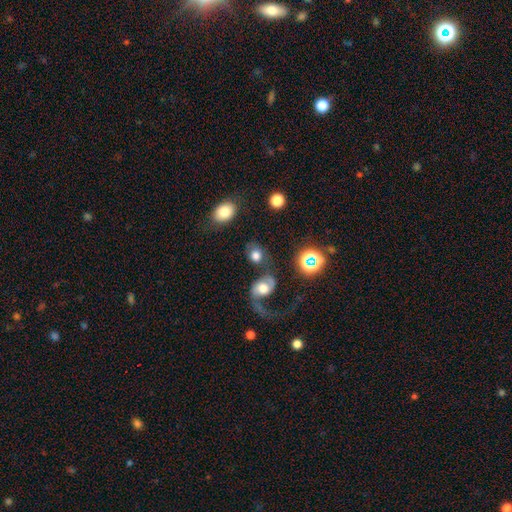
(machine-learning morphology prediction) This is likely a smooth galaxy (65%). How rounded: possibly round (54%). Merging: possibly none (50%).